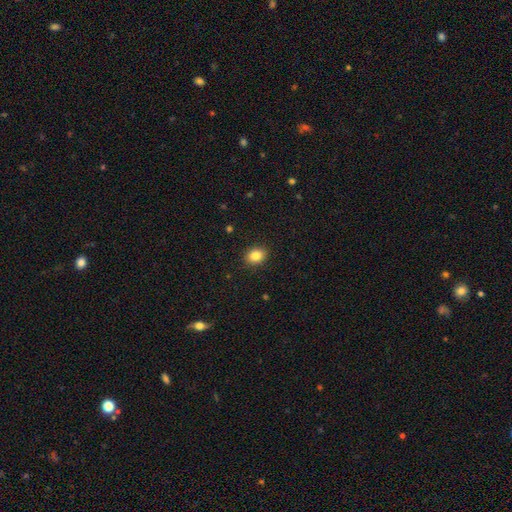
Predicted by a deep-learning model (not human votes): A smooth galaxy with no disk features (85%) that is in between round and cigar-shaped (53%).

Vote fractions:
- Smooth or featured? smooth: 85% / star or artifact: 9% / featured or disk: 5%
- How rounded? in between: 53% / round: 46% / cigar-shaped: 1%
- Merging? none: 90% / minor disturbance: 7% / major disturbance: 2% / merger: 1%